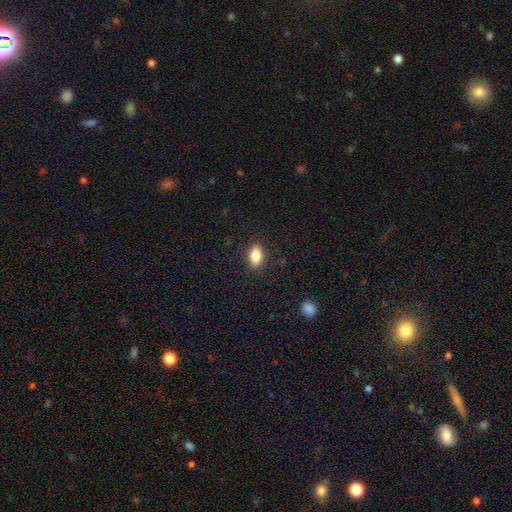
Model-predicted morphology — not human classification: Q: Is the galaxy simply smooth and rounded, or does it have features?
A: smooth — 86%.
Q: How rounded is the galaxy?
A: in between — 89%.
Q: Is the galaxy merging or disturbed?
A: none — 88%.